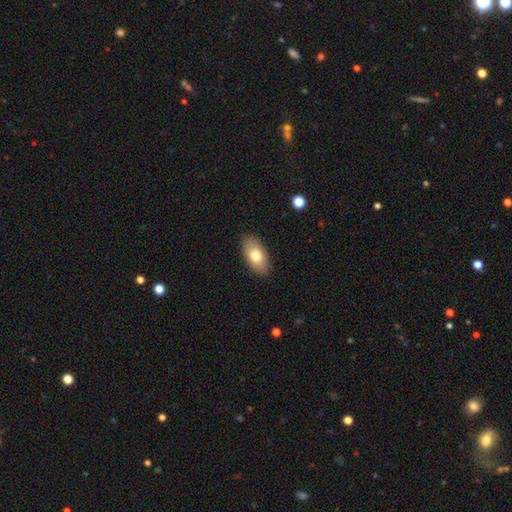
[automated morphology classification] Q: Smooth or featured?
A: smooth (74%); runner-up: featured or disk (19%)
Q: How rounded?
A: in between (92%); runner-up: round (4%)
Q: Merging?
A: none (88%); runner-up: minor disturbance (9%)